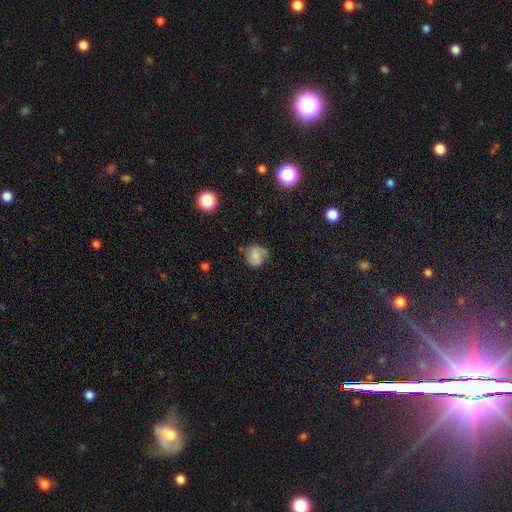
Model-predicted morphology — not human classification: Smooth or featured? Predicted: smooth (p=0.58). How rounded? Predicted: round (p=0.75). Merging? Predicted: none (p=0.58).